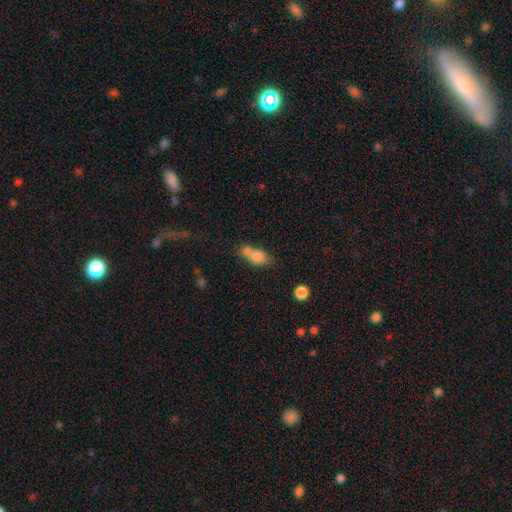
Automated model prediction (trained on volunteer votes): Smooth or featured?
  - smooth: 75% *
  - featured or disk: 15%
  - star or artifact: 10%
How rounded?
  - in between: 68% *
  - round: 24%
  - cigar-shaped: 8%
Merging?
  - merger: 55% *
  - none: 28%
  - minor disturbance: 12%
  - major disturbance: 6%